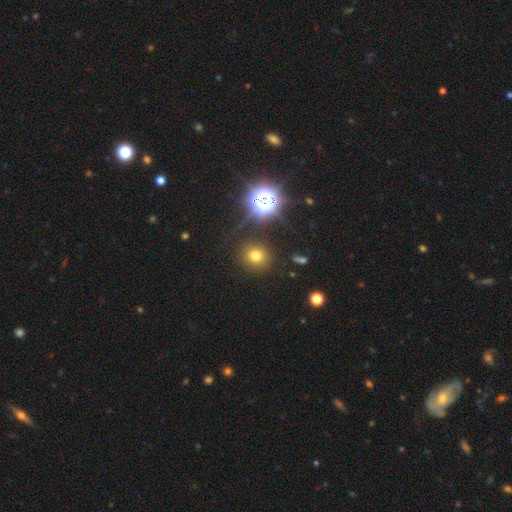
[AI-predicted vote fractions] smooth 68%, star or artifact 23%, featured or disk 9%. Down the decision tree: how rounded — round (87%); merging — none (87%).